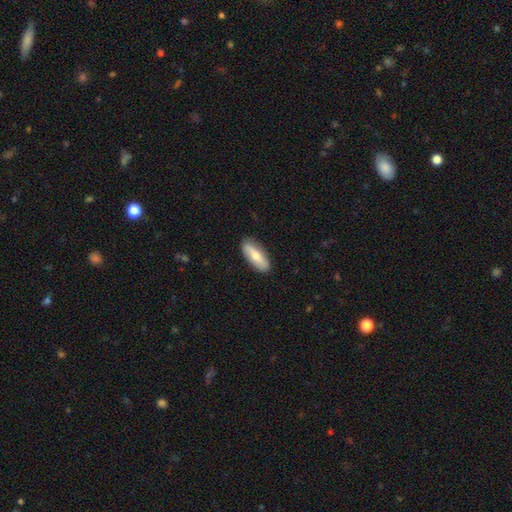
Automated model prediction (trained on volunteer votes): A smooth galaxy with no disk features (58%) that is in between round and cigar-shaped (70%).

Vote fractions:
- Smooth or featured? smooth: 58% / featured or disk: 37% / star or artifact: 5%
- How rounded? in between: 70% / cigar-shaped: 27% / round: 3%
- Merging? none: 86% / minor disturbance: 11% / major disturbance: 2% / merger: 1%